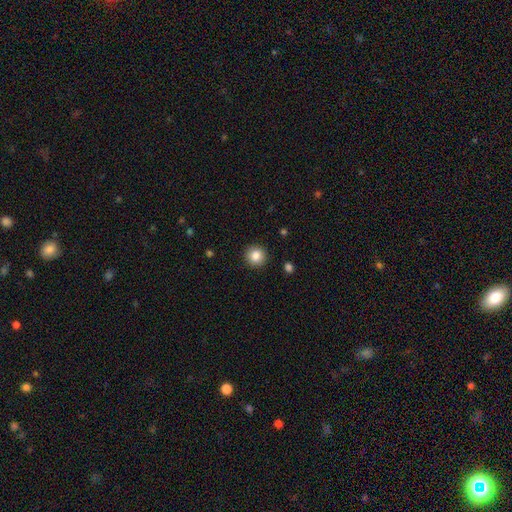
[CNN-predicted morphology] Smooth or featured? Predicted: smooth (p=0.85). How rounded? Predicted: round (p=0.94). Merging? Predicted: none (p=0.92).